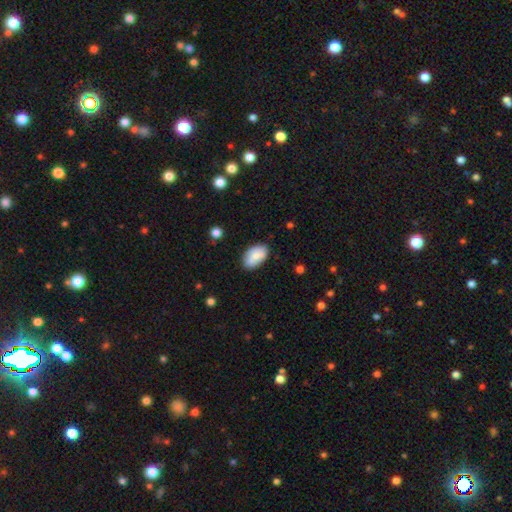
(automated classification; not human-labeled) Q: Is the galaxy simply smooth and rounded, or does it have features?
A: smooth — 78%.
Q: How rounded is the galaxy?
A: in between — 92%.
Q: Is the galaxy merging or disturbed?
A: none — 76%.